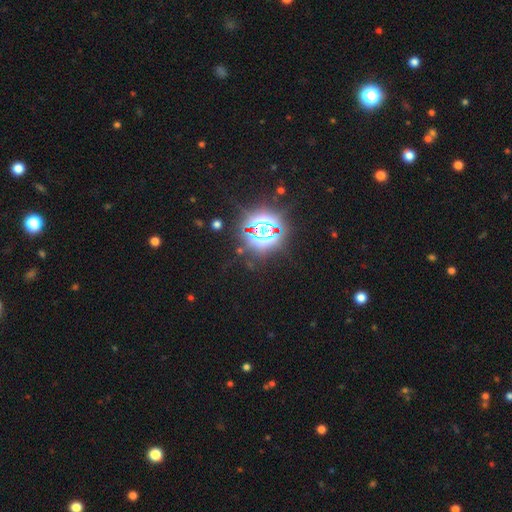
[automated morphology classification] Q: Smooth or featured?
A: star or artifact (84%); runner-up: smooth (10%)